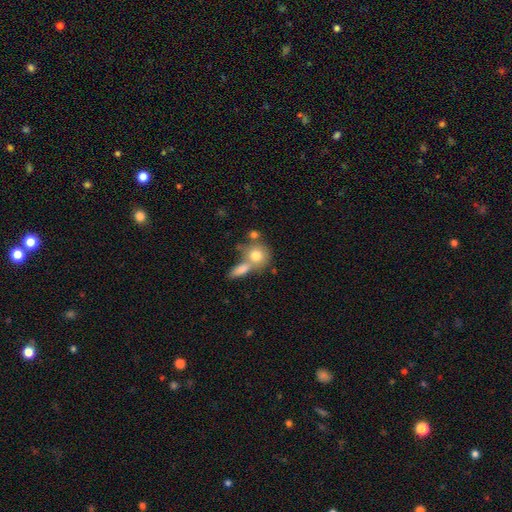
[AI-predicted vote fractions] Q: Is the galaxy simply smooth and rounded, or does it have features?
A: smooth — 76%.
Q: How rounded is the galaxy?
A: round — 74%.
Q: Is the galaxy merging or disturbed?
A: merger — 44%.